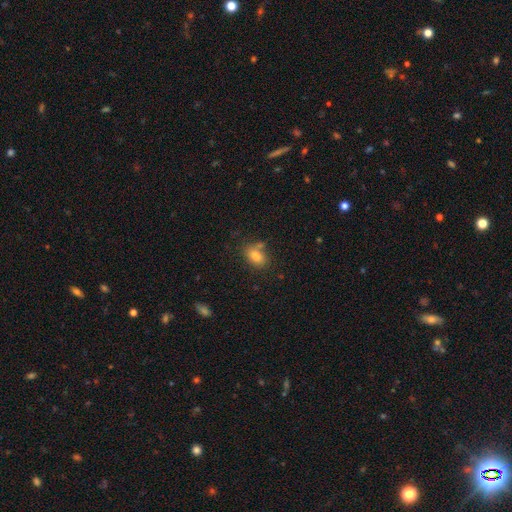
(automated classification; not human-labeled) Smooth or featured: smooth — 82% (star or artifact — 10%)
How rounded: in between — 81% (round — 18%)
Merging: none — 66% (minor disturbance — 16%)